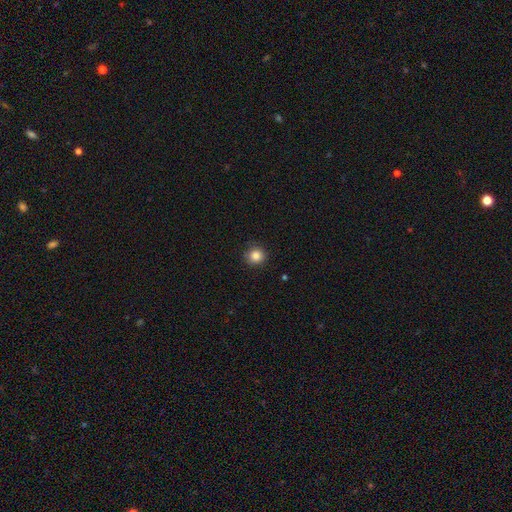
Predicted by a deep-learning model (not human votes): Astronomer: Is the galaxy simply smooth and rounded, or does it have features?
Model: smooth — 85%.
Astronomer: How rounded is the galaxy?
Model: round — 91%.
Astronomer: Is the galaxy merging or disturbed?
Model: none — 87%.